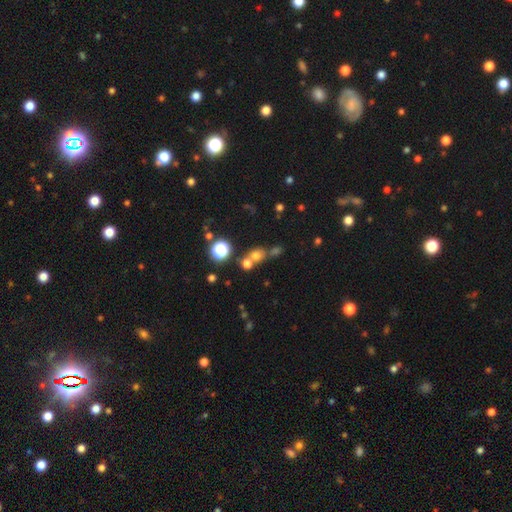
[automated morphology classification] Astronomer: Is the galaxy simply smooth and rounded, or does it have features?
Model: smooth — 62%.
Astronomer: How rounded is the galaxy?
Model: round — 78%.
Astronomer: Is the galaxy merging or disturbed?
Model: none — 53% (runner-up: merger, 34%).